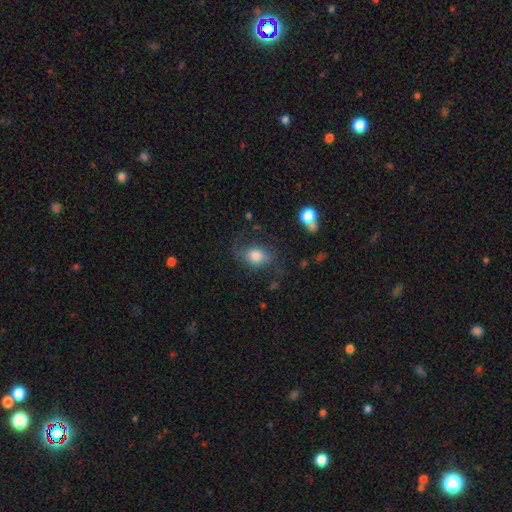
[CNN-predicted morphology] A smooth galaxy with no disk features (66%) that is in between round and cigar-shaped (71%).

Vote fractions:
- Smooth or featured? smooth: 66% / featured or disk: 25% / star or artifact: 9%
- How rounded? in between: 71% / round: 27% / cigar-shaped: 1%
- Merging? none: 53% / minor disturbance: 23% / major disturbance: 21% / merger: 3%